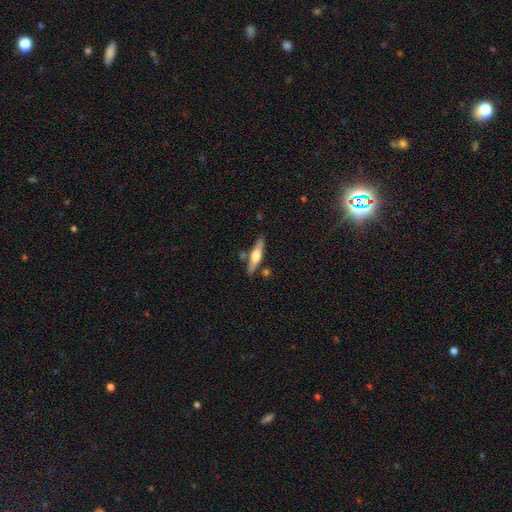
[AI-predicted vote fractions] featured or disk 53%, smooth 41%, star or artifact 6%. Down the decision tree: edge-on disk — yes (93%); merging — none (78%).